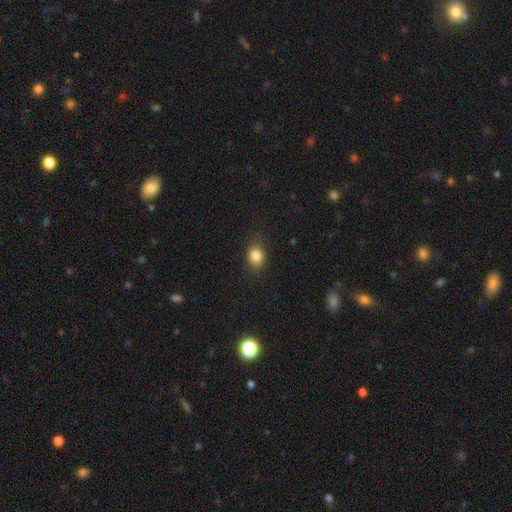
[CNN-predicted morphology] A smooth galaxy with no disk features (84%) that is in between round and cigar-shaped (56%).

Vote fractions:
- Smooth or featured? smooth: 84% / star or artifact: 10% / featured or disk: 6%
- How rounded? in between: 56% / round: 43% / cigar-shaped: 1%
- Merging? none: 80% / minor disturbance: 15% / major disturbance: 4% / merger: 1%